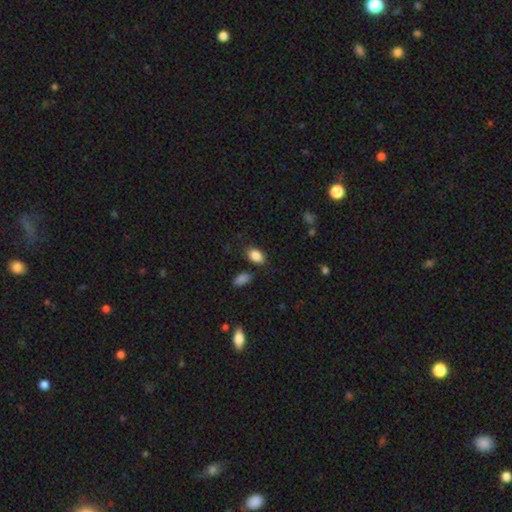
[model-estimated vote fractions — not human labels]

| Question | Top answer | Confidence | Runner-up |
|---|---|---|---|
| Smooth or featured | smooth | 88% | star or artifact (8%) |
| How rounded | in between | 88% | round (10%) |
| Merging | none | 82% | minor disturbance (12%) |